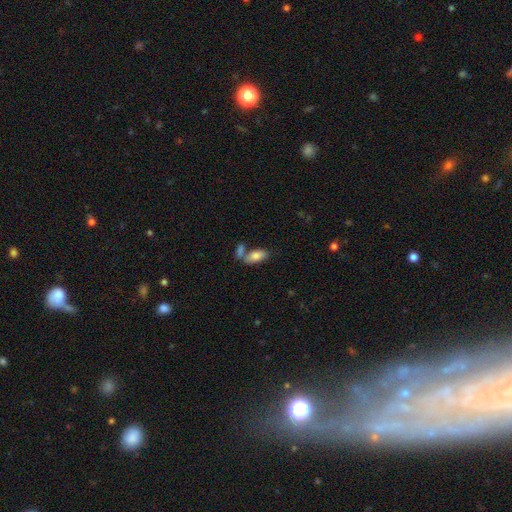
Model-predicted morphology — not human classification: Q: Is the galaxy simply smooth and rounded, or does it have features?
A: smooth — 81%.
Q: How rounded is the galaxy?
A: in between — 90%.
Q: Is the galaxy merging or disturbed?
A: none — 49%.